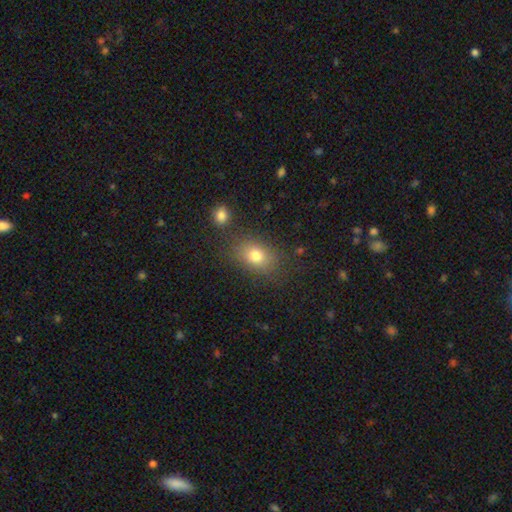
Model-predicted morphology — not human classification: Overall: smooth (78%). How rounded: in between (71%). Merging: none (77%).